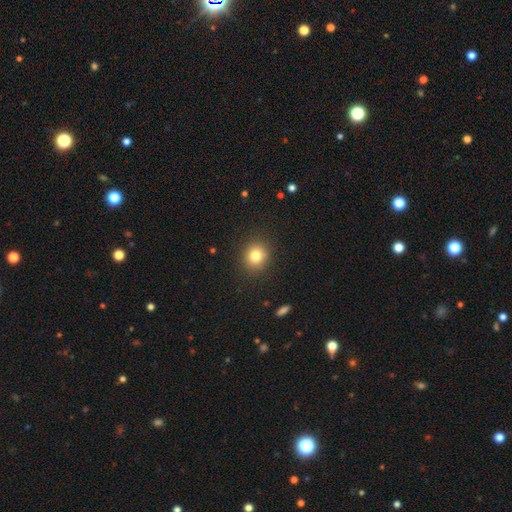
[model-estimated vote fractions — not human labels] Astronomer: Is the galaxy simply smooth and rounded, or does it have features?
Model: smooth — 81%.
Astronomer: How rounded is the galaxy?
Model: round — 79%.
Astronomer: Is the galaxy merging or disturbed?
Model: none — 88%.